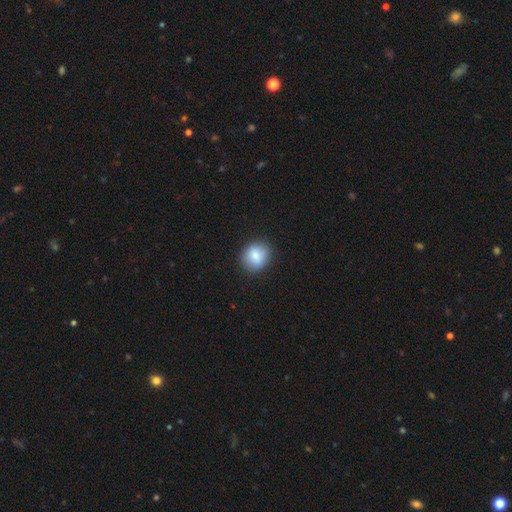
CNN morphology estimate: Overall: smooth (84%). How rounded: round (69%; in between 30%). Merging: none (87%).